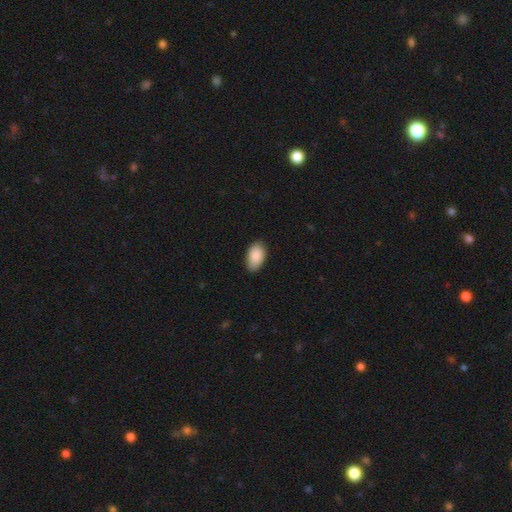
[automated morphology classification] Q: Smooth or featured?
A: smooth (89%); runner-up: star or artifact (6%)
Q: How rounded?
A: in between (94%); runner-up: round (5%)
Q: Merging?
A: none (82%); runner-up: minor disturbance (15%)